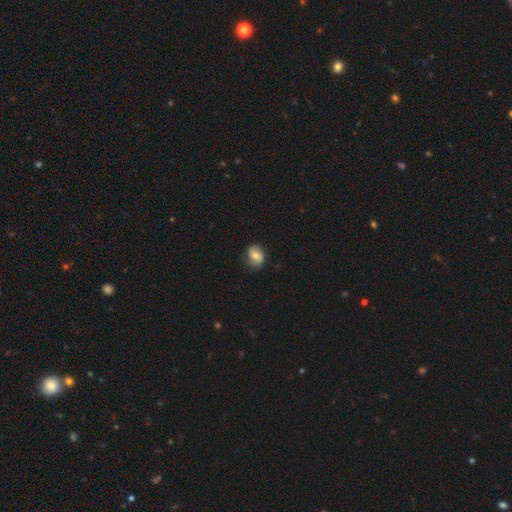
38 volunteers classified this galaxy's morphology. smooth_or_featured: featured or disk (p=0.47) [alt: smooth p=0.42]
disk_edge_on: no (p=1.00)
bar: no (p=0.67) [alt: weak p=0.22]
has_spiral_arms: yes (p=0.78) [alt: no p=0.22]
spiral_winding: medium (p=0.43) [alt: loose p=0.36]
spiral_arm_count: 2 (p=0.64) [alt: can't tell p=0.29]
bulge_size: moderate (p=0.67) [alt: large p=0.17]
merging: none (p=0.65) [alt: minor disturbance p=0.24]